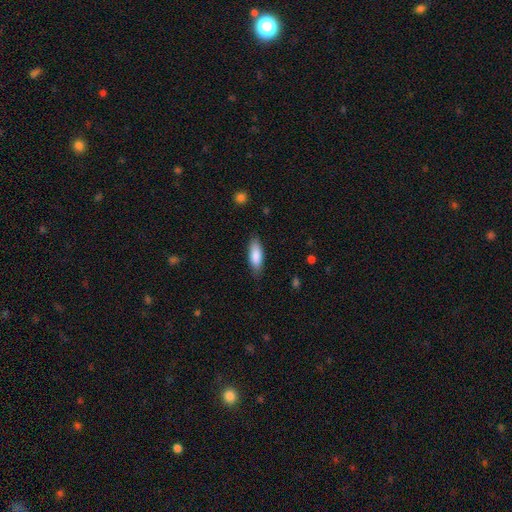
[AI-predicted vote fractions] smooth-or-featured: smooth: 85% | featured or disk: 9% | star or artifact: 6%
  how-rounded: in between: 66% | cigar-shaped: 32% | round: 2%
  merging: none: 83% | minor disturbance: 13% | major disturbance: 3% | merger: 1%